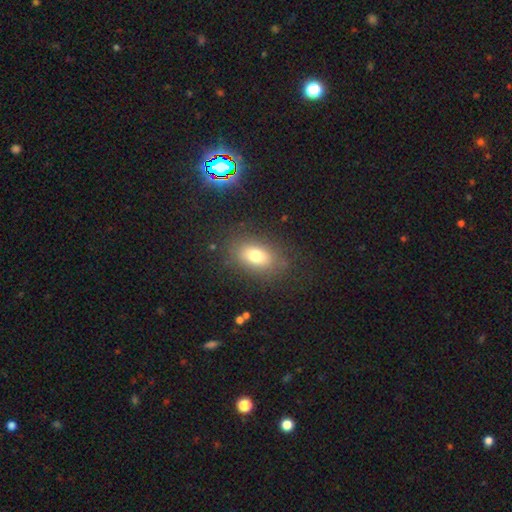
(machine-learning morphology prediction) A smooth galaxy with no disk features (75%) that is in between round and cigar-shaped (81%).

Vote fractions:
- Smooth or featured? smooth: 75% / featured or disk: 13% / star or artifact: 12%
- How rounded? in between: 81% / round: 16% / cigar-shaped: 3%
- Merging? none: 82% / minor disturbance: 11% / major disturbance: 5% / merger: 2%